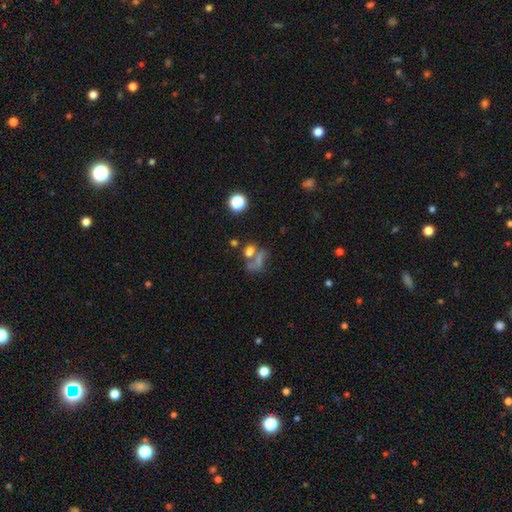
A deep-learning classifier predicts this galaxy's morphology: Q: Smooth or featured?
A: smooth (39%); runner-up: star or artifact (33%)
Q: Merging?
A: none (38%); runner-up: merger (34%)